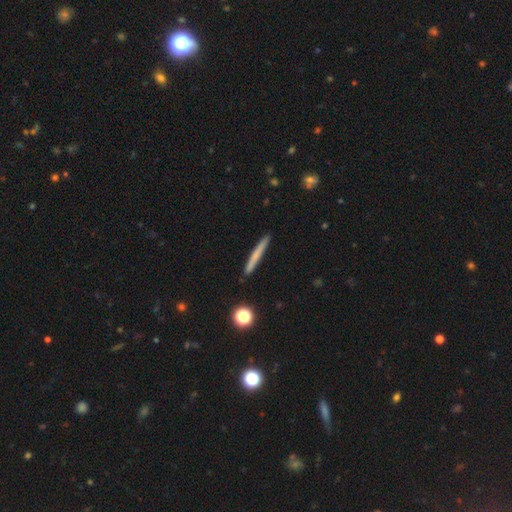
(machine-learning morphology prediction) Smooth or featured: smooth — 63% (featured or disk — 30%)
How rounded: cigar-shaped — 96% (in between — 2%)
Merging: none — 90% (minor disturbance — 7%)